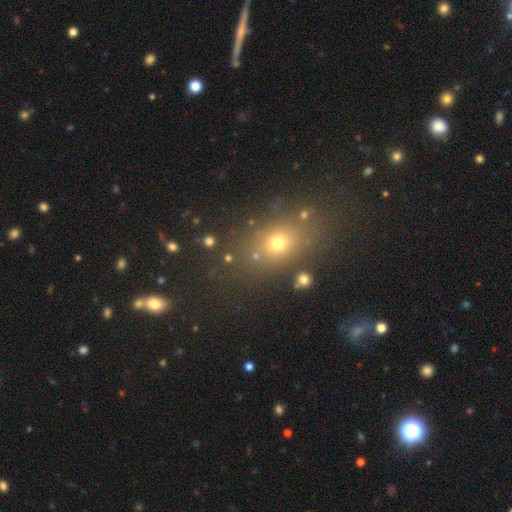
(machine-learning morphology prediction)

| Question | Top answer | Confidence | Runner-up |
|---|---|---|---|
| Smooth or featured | smooth | 56% | star or artifact (31%) |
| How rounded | in between | 51% | round (45%) |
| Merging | none | 81% | minor disturbance (10%) |